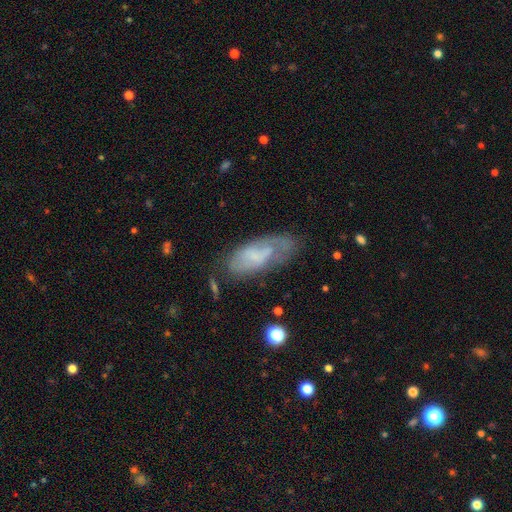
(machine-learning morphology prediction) Smooth or featured? Predicted: smooth (p=0.48). Merging? Predicted: none (p=0.51).